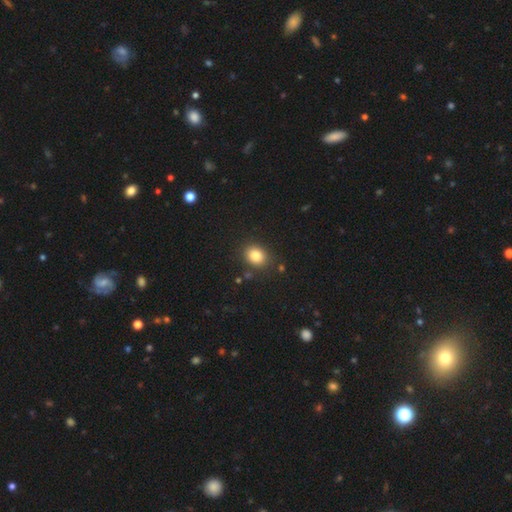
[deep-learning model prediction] Smooth or featured? smooth (83%)
How rounded? round (56%)
Merging? none (86%)